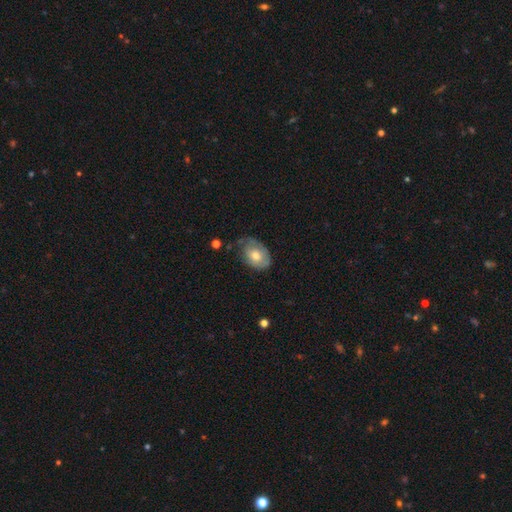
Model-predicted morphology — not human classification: smooth-or-featured: smooth: 50% | featured or disk: 43% | star or artifact: 6%
  how-rounded: in between: 81% | round: 18% | cigar-shaped: 1%
  merging: none: 49% | minor disturbance: 35% | major disturbance: 14% | merger: 2%